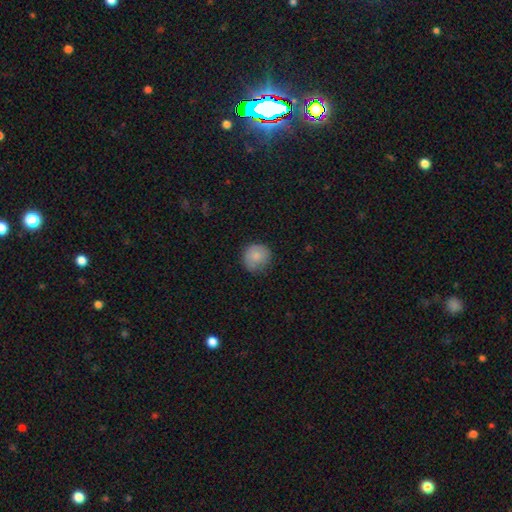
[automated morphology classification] A smooth galaxy with no disk features (81%) that is round (88%).

Vote fractions:
- Smooth or featured? smooth: 81% / featured or disk: 11% / star or artifact: 8%
- How rounded? round: 88% / in between: 11% / cigar-shaped: 1%
- Merging? none: 71% / minor disturbance: 23% / major disturbance: 5% / merger: 1%